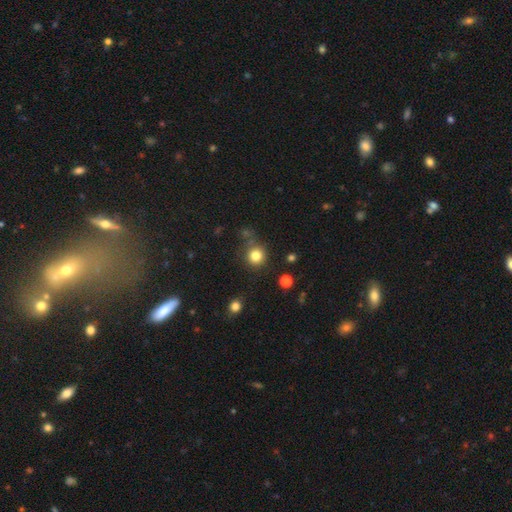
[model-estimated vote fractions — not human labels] smooth-or-featured: smooth: 82% | star or artifact: 12% | featured or disk: 6%
  how-rounded: round: 92% | in between: 7% | cigar-shaped: 1%
  merging: none: 76% | minor disturbance: 12% | merger: 7% | major disturbance: 5%